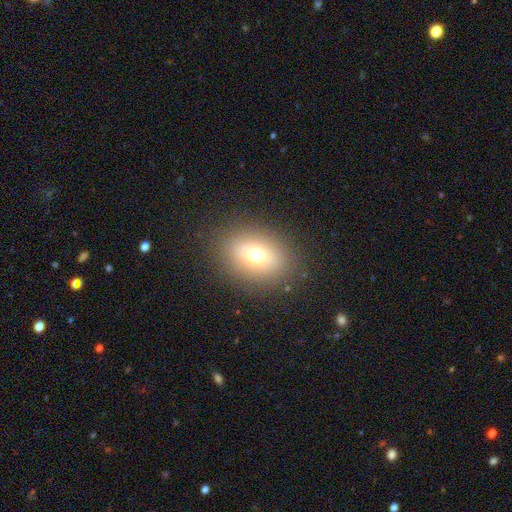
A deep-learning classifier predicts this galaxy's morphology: type=smooth (69%); roundness=in between (54%); merging=none (86%).